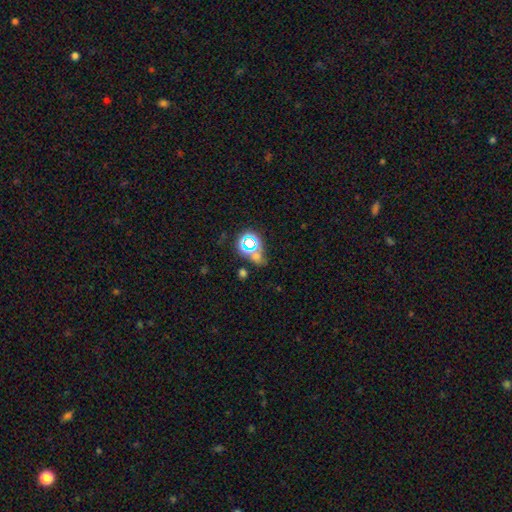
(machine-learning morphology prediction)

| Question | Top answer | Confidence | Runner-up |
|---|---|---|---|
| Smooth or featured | star or artifact | 50% | smooth (39%) |